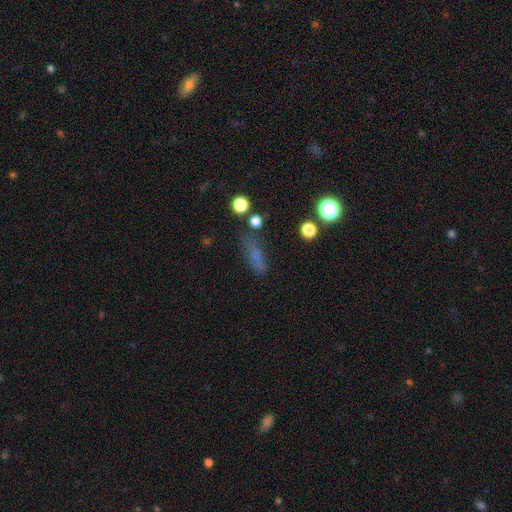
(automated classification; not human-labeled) smooth-or-featured: smooth: 67% | star or artifact: 19% | featured or disk: 14%
  how-rounded: cigar-shaped: 48% | in between: 44% | round: 8%
  merging: none: 66% | minor disturbance: 20% | major disturbance: 10% | merger: 5%